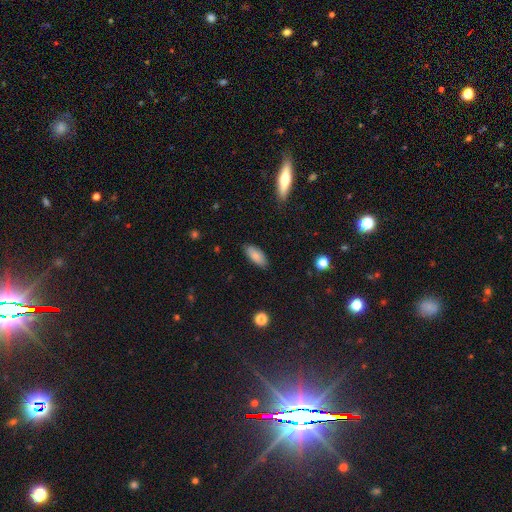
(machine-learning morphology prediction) type=smooth (84%); roundness=in between (84%); merging=none (86%).